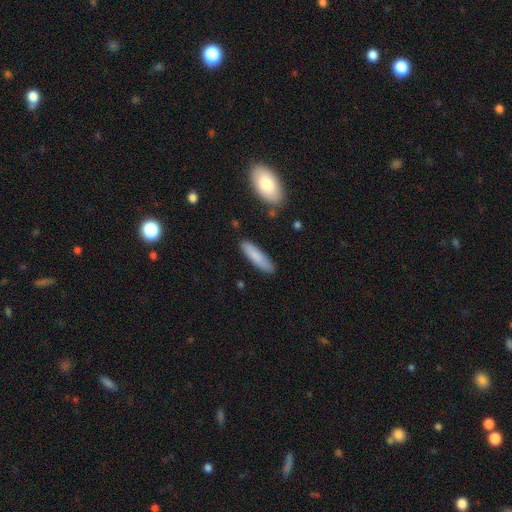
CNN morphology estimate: Q: Smooth or featured?
A: smooth (83%); runner-up: featured or disk (11%)
Q: How rounded?
A: cigar-shaped (69%); runner-up: in between (29%)
Q: Merging?
A: none (85%); runner-up: minor disturbance (10%)